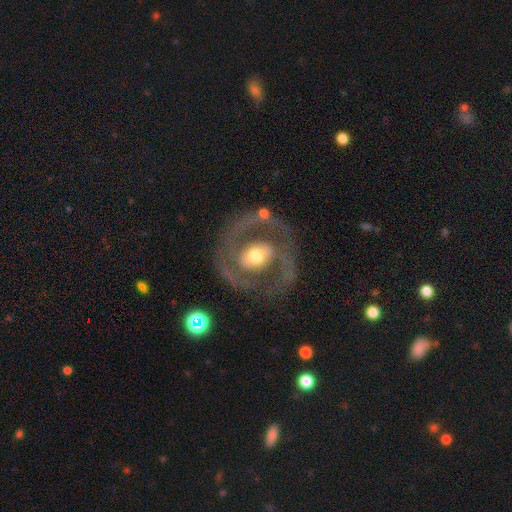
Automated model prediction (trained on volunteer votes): Smooth or featured?
  - featured or disk: 79% *
  - smooth: 16%
  - star or artifact: 5%
Edge-on disk?
  - no: 97% *
  - yes: 3%
Bar?
  - no: 49% *
  - weak: 32%
  - strong: 19%
Spiral arms?
  - yes: 71% *
  - no: 29%
Spiral winding?
  - medium: 48% *
  - tight: 32%
  - loose: 19%
Spiral arm count?
  - 2: 78% *
  - can't tell: 9%
  - 1: 7%
  - 3: 3%
  - 4: 2%
  - more than 4: 2%
Bulge size?
  - moderate: 64% *
  - large: 19%
  - small: 13%
  - dominant: 2%
  - none: 1%
Merging?
  - none: 67% *
  - major disturbance: 15%
  - minor disturbance: 14%
  - merger: 3%